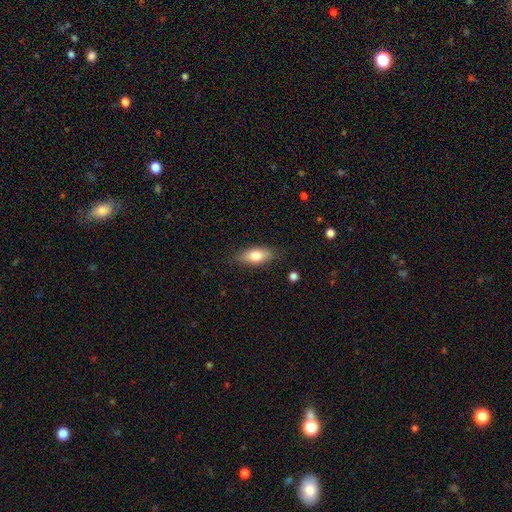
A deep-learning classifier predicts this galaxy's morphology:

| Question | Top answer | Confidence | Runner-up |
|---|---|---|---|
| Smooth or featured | smooth | 76% | featured or disk (18%) |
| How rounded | in between | 79% | cigar-shaped (18%) |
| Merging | none | 82% | minor disturbance (14%) |